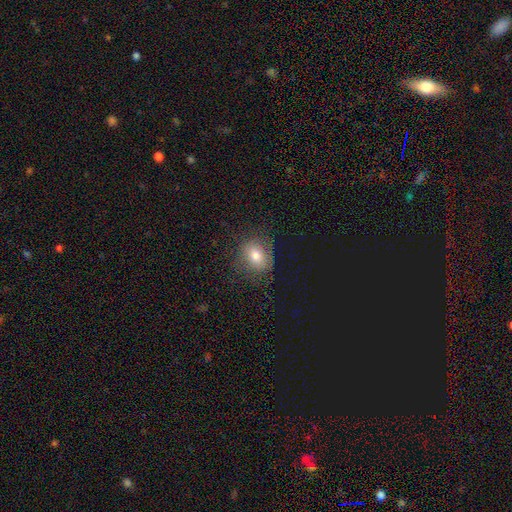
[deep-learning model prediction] Smooth or featured: smooth — 71% (featured or disk — 16%)
How rounded: round — 60% (in between — 38%)
Merging: none — 71% (minor disturbance — 19%)